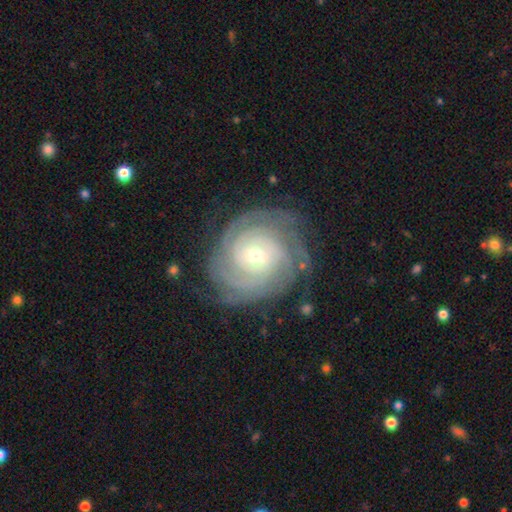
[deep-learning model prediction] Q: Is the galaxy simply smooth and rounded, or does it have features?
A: featured or disk — 89%.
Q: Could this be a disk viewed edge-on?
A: no — 97%.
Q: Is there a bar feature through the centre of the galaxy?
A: no — 63%.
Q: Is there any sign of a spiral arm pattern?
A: yes — 98%.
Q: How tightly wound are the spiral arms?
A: tight — 84%.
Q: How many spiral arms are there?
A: can't tell — 25%.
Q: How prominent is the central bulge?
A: moderate — 53%.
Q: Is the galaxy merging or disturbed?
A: none — 80%.